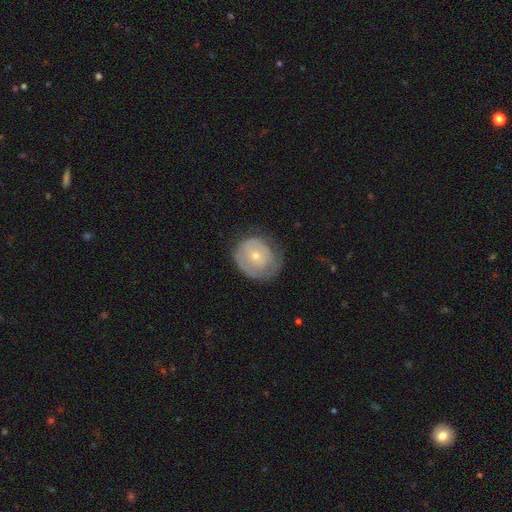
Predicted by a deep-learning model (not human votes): Smooth or featured: featured or disk — 48% (smooth — 46%)
Merging: none — 57% (minor disturbance — 28%)